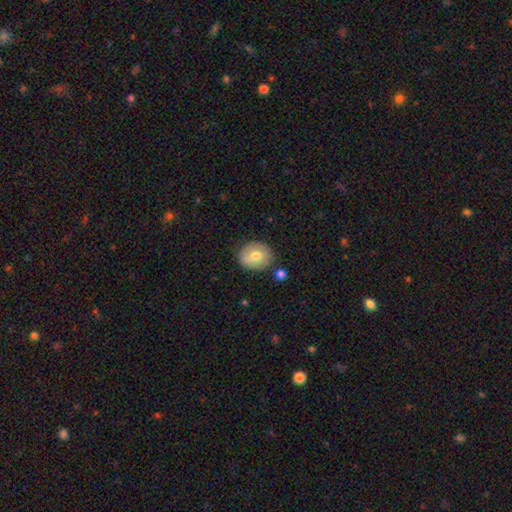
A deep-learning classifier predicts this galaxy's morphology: The model was most divided on "smooth or featured": smooth: 67%, featured or disk: 26%, star or artifact: 7%. More confident: merging — none (79%); how rounded — round (72%).